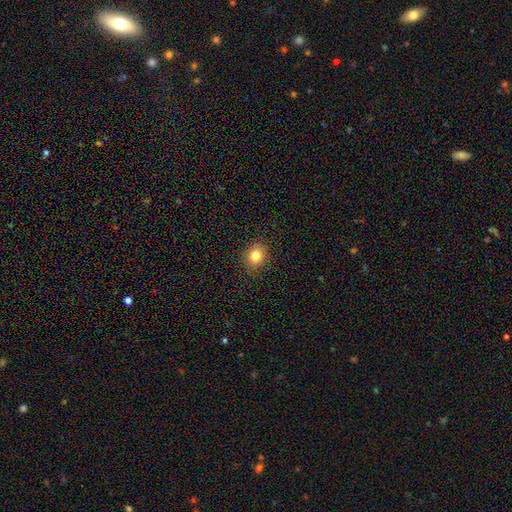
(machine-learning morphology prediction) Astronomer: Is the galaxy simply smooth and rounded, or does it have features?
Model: smooth — 82%.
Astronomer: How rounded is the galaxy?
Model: round — 61% (runner-up: in between, 38%).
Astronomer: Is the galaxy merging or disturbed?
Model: none — 88%.